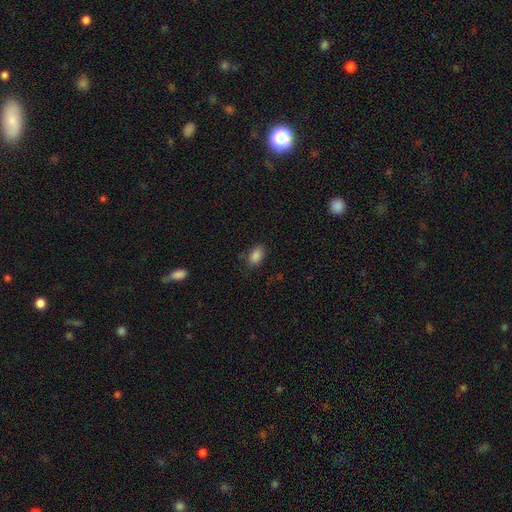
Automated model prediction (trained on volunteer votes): Overall: smooth (87%). How rounded: in between (90%). Merging: none (80%).